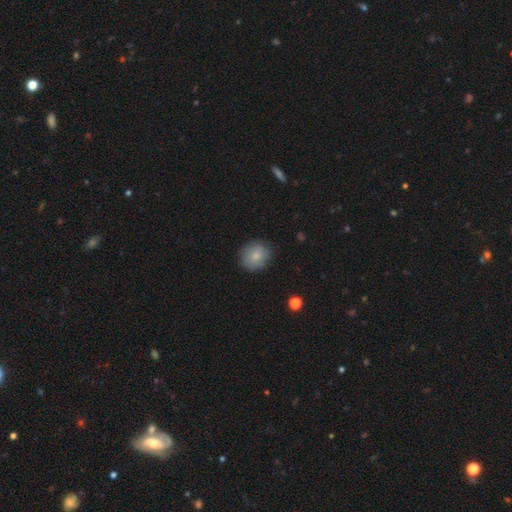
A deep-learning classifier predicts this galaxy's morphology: smooth_or_featured: smooth (p=0.80) [alt: featured or disk p=0.12]
how_rounded: round (p=0.77) [alt: in between p=0.22]
merging: none (p=0.82) [alt: minor disturbance p=0.14]